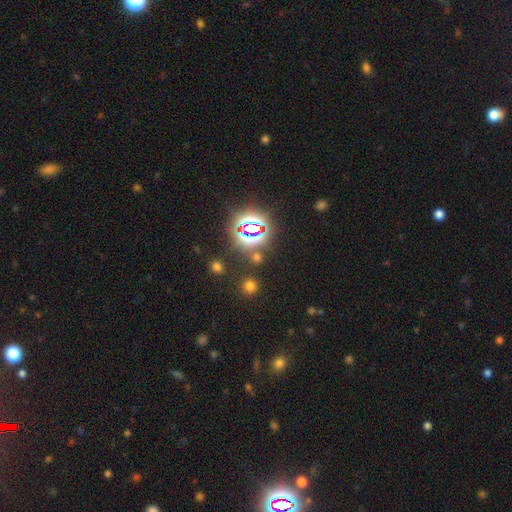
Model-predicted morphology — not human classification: A star or artifact, not a galaxy (66%).

Vote fractions:
- Smooth or featured? star or artifact: 66% / smooth: 26% / featured or disk: 8%